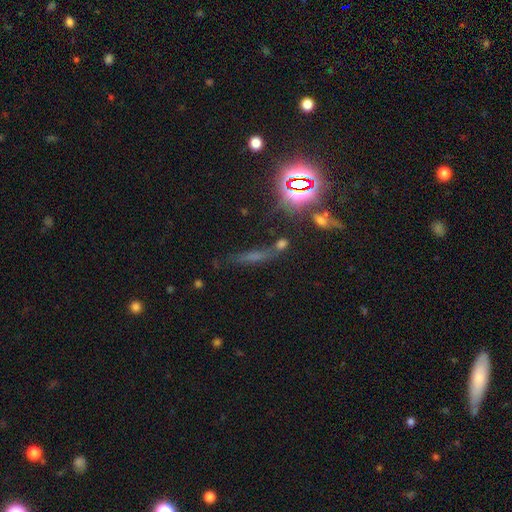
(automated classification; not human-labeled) A star or artifact, not a galaxy (42%).